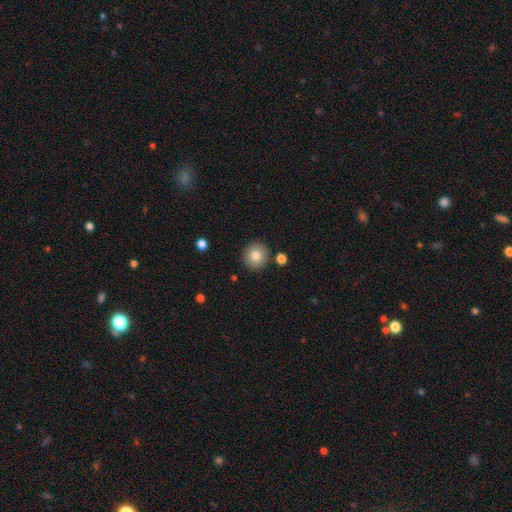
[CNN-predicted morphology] Smooth or featured? Predicted: smooth (p=0.82). How rounded? Predicted: round (p=0.92). Merging? Predicted: none (p=0.88).